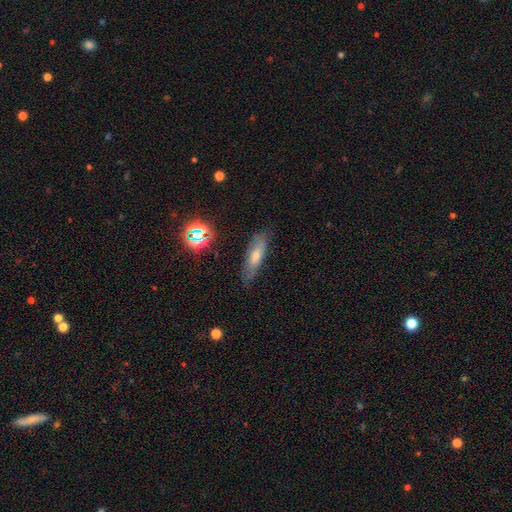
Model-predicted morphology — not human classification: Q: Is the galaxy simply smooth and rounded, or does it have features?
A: smooth — 55%.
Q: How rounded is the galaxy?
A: cigar-shaped — 57%.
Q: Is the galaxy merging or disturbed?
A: none — 79%.